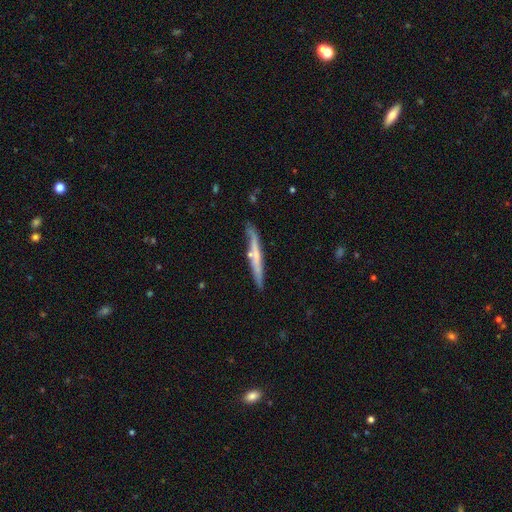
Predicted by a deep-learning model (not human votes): This appears to be a featured or disk galaxy (52%) viewed edge-on (93%). Merging: none (77%).